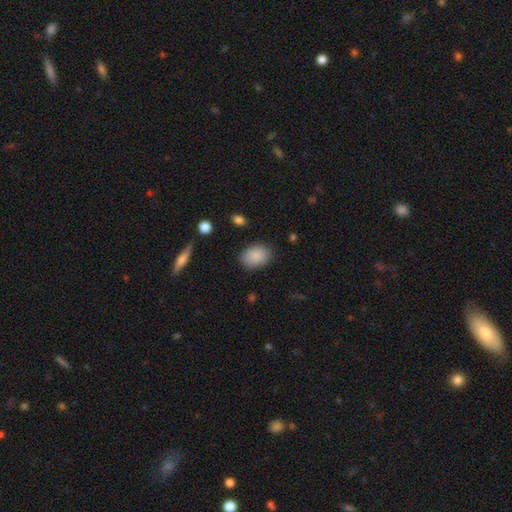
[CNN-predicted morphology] Smooth or featured? Predicted: smooth (p=0.87). How rounded? Predicted: in between (p=0.78). Merging? Predicted: none (p=0.85).